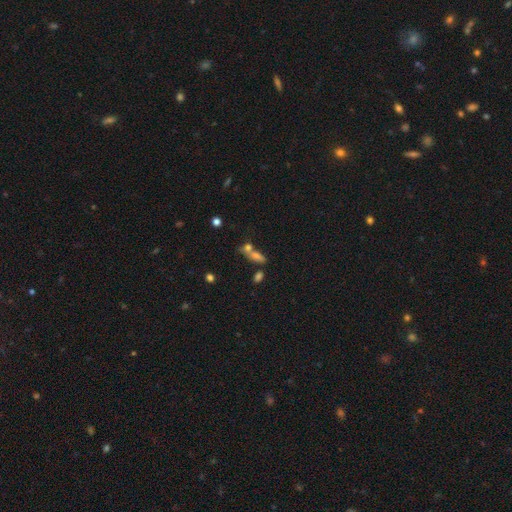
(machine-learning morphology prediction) Overall: smooth (69%). How rounded: in between (62%; cigar-shaped 29%). Merging: merger (44%; none 37%).